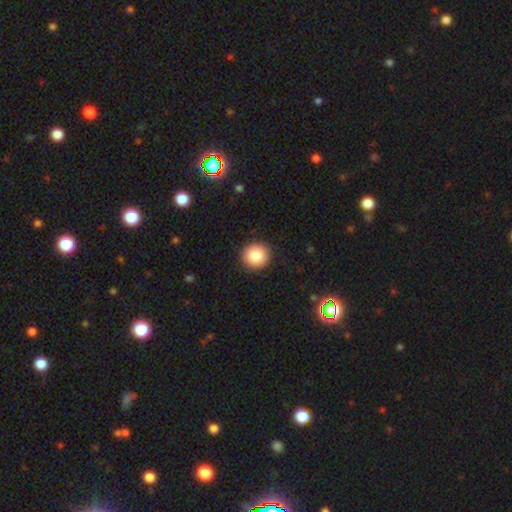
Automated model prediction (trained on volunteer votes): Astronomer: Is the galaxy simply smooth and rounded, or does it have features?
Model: smooth — 85%.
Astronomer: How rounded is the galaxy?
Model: round — 93%.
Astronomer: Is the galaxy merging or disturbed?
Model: none — 91%.